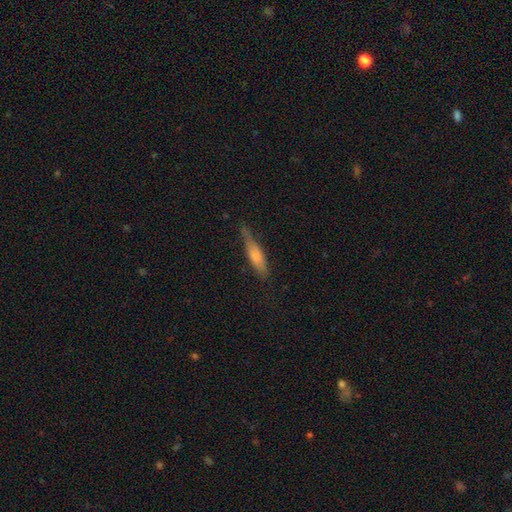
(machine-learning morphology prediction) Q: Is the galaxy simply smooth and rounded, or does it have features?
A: smooth — 68%.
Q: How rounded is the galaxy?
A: cigar-shaped — 73%.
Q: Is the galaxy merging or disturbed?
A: none — 61%.